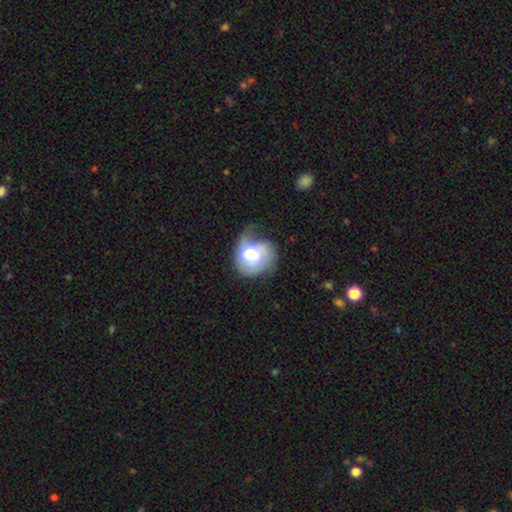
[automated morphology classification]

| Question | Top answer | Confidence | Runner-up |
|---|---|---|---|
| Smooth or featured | featured or disk | 51% | smooth (39%) |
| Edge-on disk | no | 97% | yes (3%) |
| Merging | major disturbance | 34% | none (32%) |